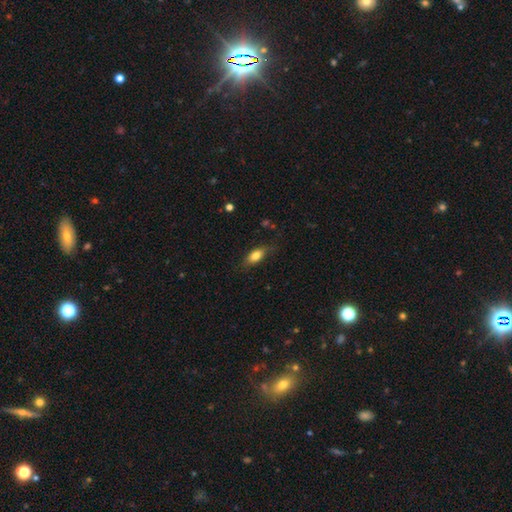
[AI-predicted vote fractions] Q: Smooth or featured?
A: smooth (78%); runner-up: featured or disk (14%)
Q: How rounded?
A: in between (81%); runner-up: cigar-shaped (14%)
Q: Merging?
A: none (75%); runner-up: minor disturbance (18%)